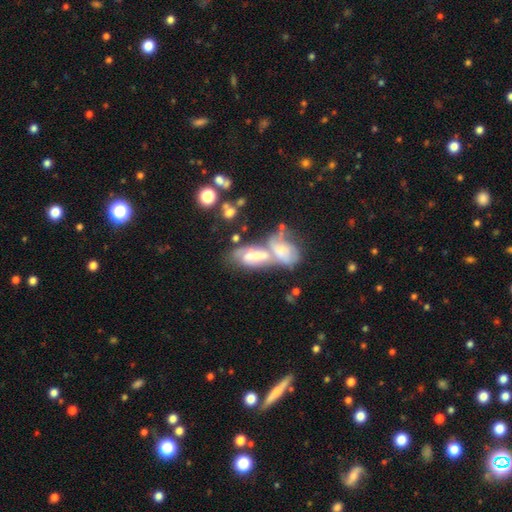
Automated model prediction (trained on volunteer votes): Smooth or featured: featured or disk — 56% (smooth — 32%)
Edge-on disk: no — 90% (yes — 10%)
Bar: no — 56% (weak — 30%)
Spiral arms: yes — 66% (no — 34%)
Bulge size: moderate — 41% (small — 37%)
Merging: merger — 70% (none — 15%)